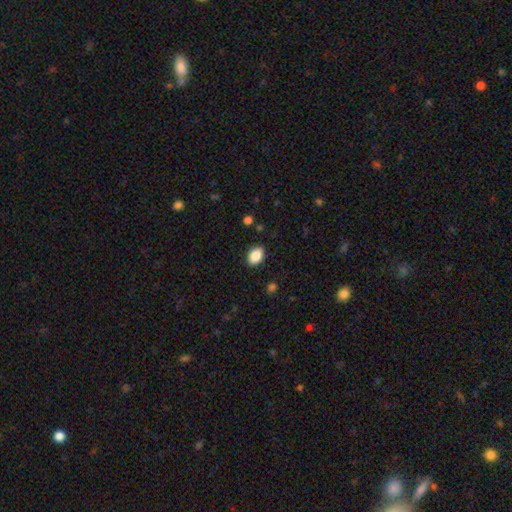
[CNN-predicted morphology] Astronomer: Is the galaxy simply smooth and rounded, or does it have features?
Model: smooth — 88%.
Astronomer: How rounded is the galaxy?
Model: in between — 80%.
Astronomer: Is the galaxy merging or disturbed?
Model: none — 88%.